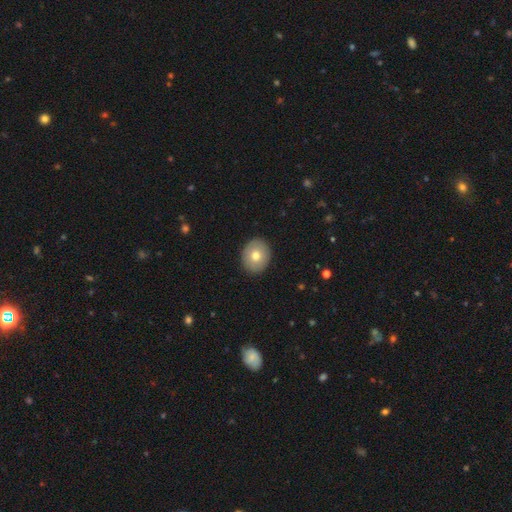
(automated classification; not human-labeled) smooth-or-featured: smooth: 72% | featured or disk: 21% | star or artifact: 7%
  how-rounded: round: 67% | in between: 32% | cigar-shaped: 1%
  merging: none: 91% | minor disturbance: 7% | major disturbance: 2% | merger: 1%